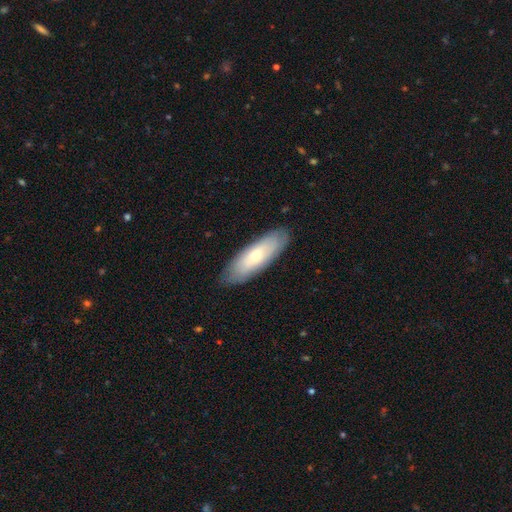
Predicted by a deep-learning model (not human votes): Smooth or featured? smooth (60%)
How rounded? in between (58%)
Merging? none (86%)